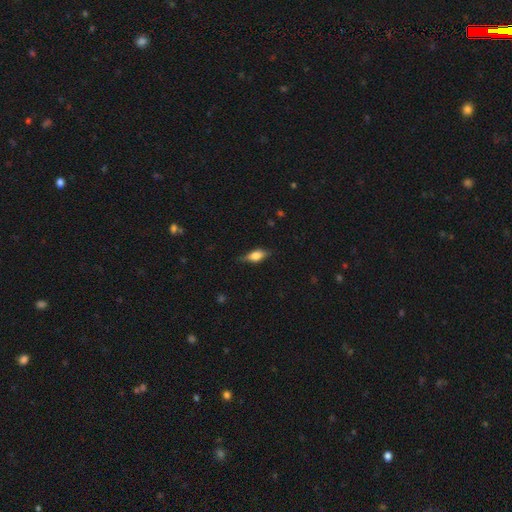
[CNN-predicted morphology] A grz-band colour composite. It shows a smooth galaxy with no disk features (60%) that is in between round and cigar-shaped (74%). Merging: none (75%).